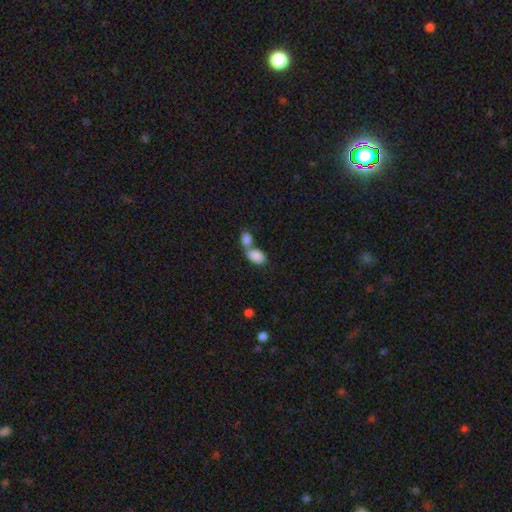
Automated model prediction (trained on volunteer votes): Overall: smooth (86%). How rounded: in between (90%). Merging: merger (67%).